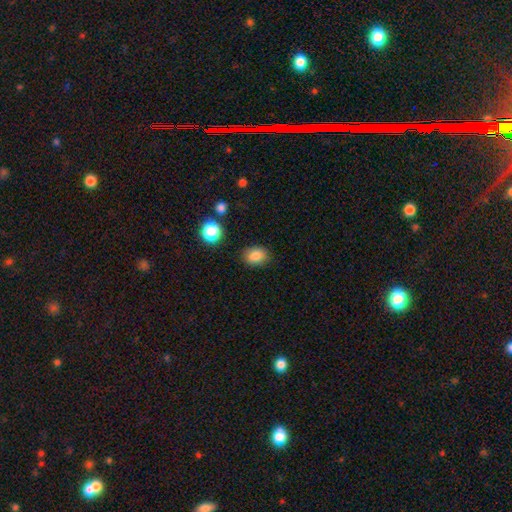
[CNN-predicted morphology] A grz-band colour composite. It shows a smooth galaxy with no disk features (85%) that is in between round and cigar-shaped (63%). Merging: none (85%).